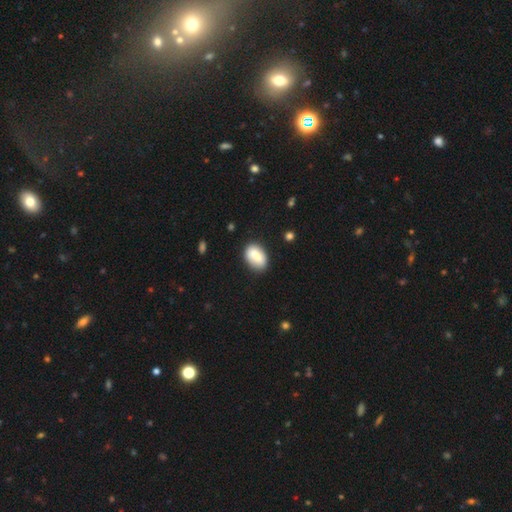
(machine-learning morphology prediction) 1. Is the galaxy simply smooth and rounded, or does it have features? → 81% smooth, 12% featured or disk, 7% star or artifact.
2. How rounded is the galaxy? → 89% in between, 9% round, 2% cigar-shaped.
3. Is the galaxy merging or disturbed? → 82% none, 13% minor disturbance, 3% major disturbance, 2% merger.